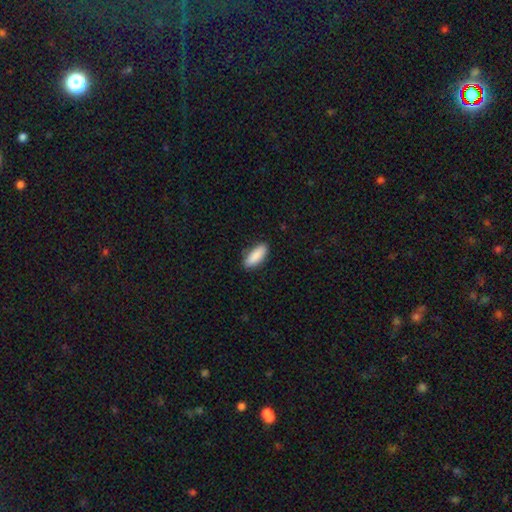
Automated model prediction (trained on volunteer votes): smooth-or-featured: smooth: 90% | star or artifact: 6% | featured or disk: 4%
  how-rounded: in between: 73% | cigar-shaped: 25% | round: 2%
  merging: none: 86% | minor disturbance: 11% | major disturbance: 2% | merger: 1%